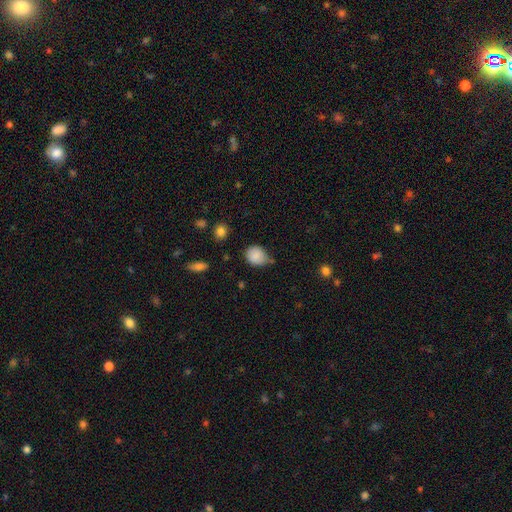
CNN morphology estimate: Smooth or featured? smooth (85%)
How rounded? round (69%)
Merging? none (57%)